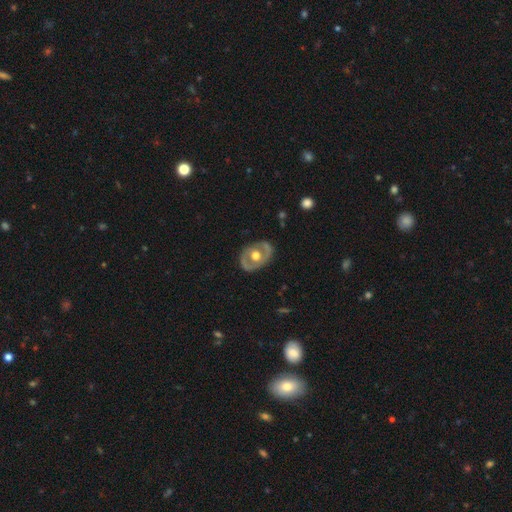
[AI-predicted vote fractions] featured or disk 66%, smooth 29%, star or artifact 5%. Down the decision tree: edge-on disk — no (93%); bar — no (82%); spiral arms — no (71%); bulge size — moderate (66%); merging — none (77%).